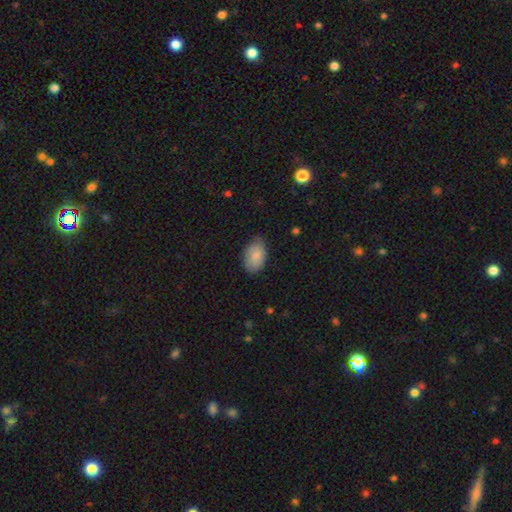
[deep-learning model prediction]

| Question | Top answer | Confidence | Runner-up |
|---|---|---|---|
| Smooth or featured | smooth | 84% | featured or disk (10%) |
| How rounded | in between | 90% | round (9%) |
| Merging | none | 63% | minor disturbance (31%) |